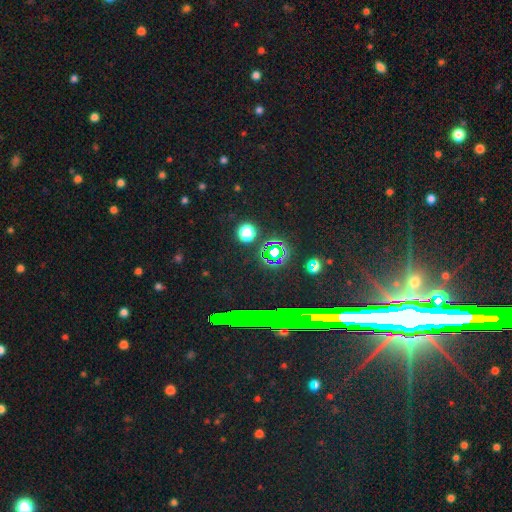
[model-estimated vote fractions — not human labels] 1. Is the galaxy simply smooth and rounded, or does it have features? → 73% star or artifact, 17% featured or disk, 11% smooth.